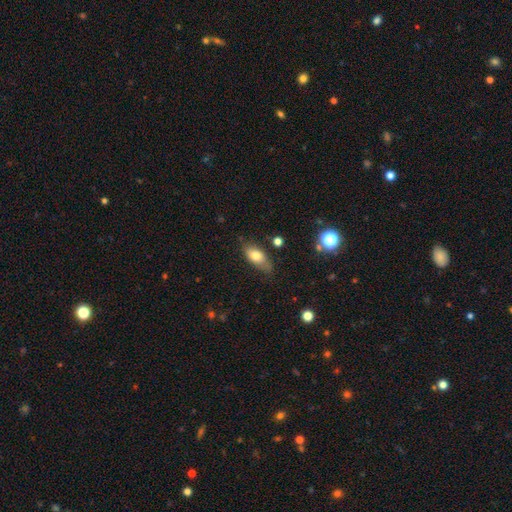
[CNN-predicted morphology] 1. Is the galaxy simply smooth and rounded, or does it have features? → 75% smooth, 17% featured or disk, 8% star or artifact.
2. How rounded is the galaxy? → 85% in between, 10% cigar-shaped, 5% round.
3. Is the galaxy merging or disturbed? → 65% none, 26% minor disturbance, 6% major disturbance, 3% merger.